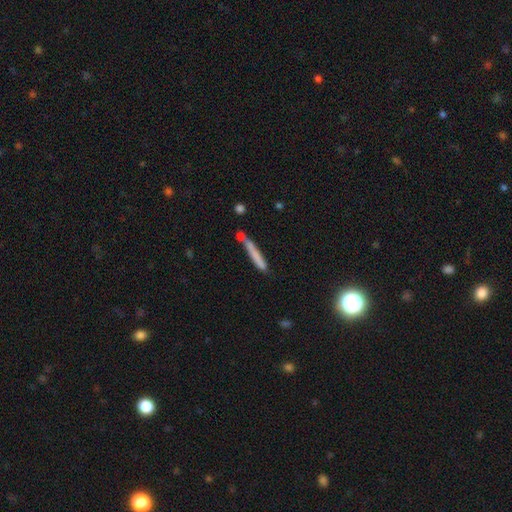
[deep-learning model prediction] Morphology: type=smooth (70%); roundness=cigar-shaped (95%); merging=none (61%).